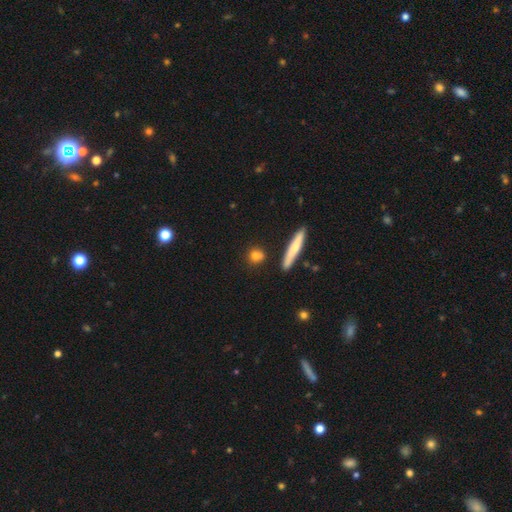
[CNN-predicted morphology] The model was most divided on "how rounded": round: 60%, in between: 21%, cigar-shaped: 19%. More confident: merging — none (80%); smooth or featured — smooth (78%).